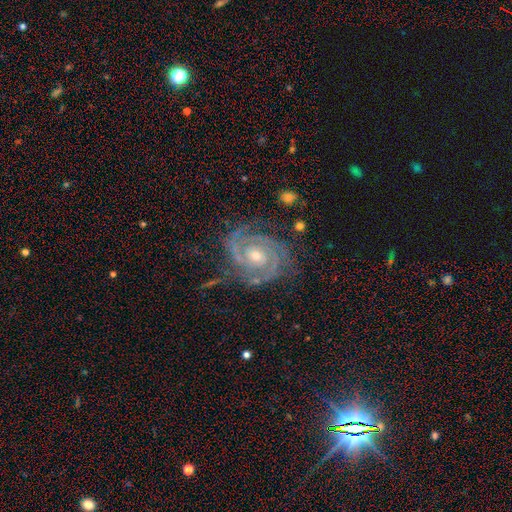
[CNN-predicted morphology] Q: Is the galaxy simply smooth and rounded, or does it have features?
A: featured or disk — 91%.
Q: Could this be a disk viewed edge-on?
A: no — 98%.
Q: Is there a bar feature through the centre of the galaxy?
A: no — 62%.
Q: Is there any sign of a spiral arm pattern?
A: yes — 99%.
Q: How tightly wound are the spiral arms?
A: tight — 74%.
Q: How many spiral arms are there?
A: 2 — 65%.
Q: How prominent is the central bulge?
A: moderate — 57%.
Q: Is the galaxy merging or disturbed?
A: none — 74%.